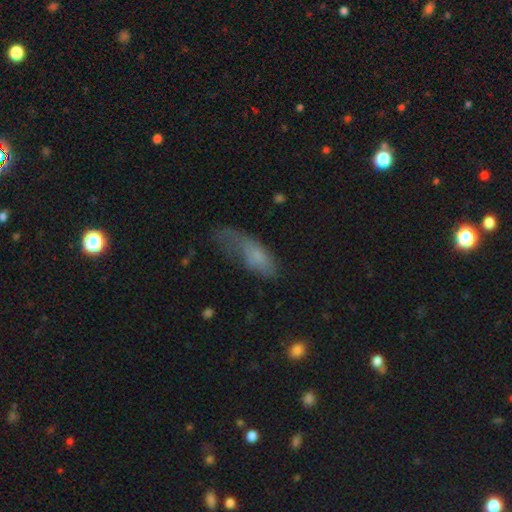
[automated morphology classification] Overall: smooth (64%; featured or disk 26%). How rounded: in between (70%). Merging: major disturbance (42%; minor disturbance 28%).